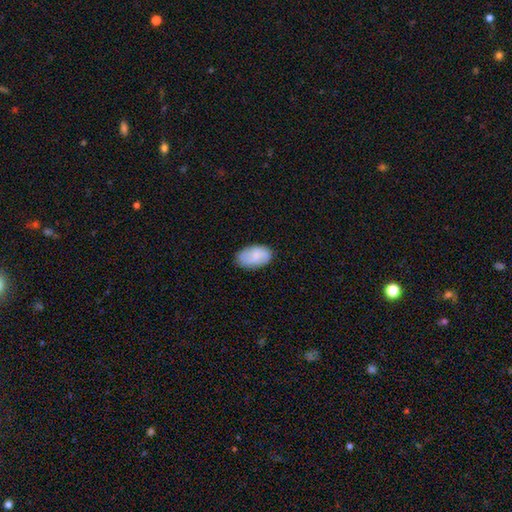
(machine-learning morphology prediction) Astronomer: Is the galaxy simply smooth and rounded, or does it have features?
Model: smooth — 78%.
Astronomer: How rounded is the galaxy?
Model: in between — 93%.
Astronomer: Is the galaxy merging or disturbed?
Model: none — 79%.